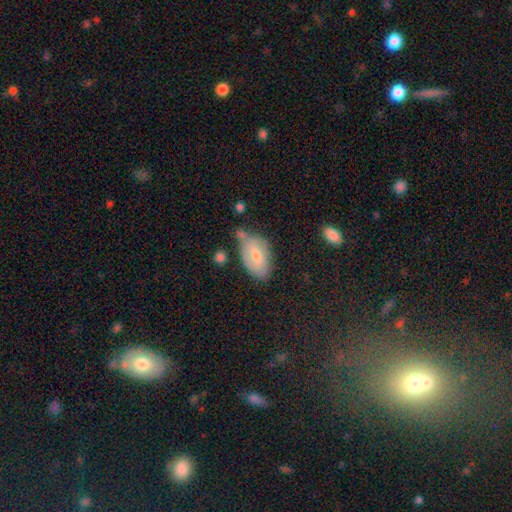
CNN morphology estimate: Smooth or featured: smooth — 66% (featured or disk — 27%)
How rounded: in between — 92% (round — 6%)
Merging: none — 52% (minor disturbance — 28%)